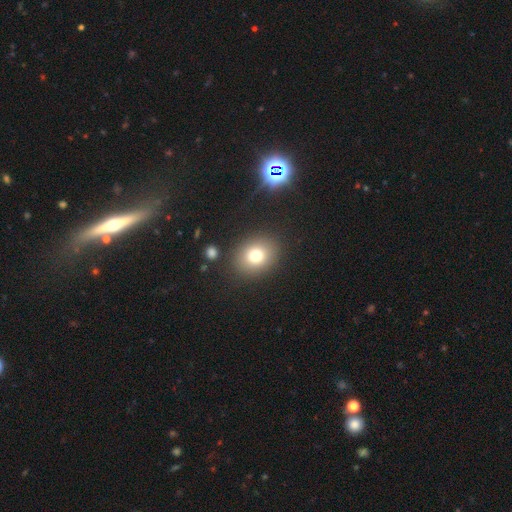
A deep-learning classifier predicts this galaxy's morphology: Smooth or featured? Predicted: smooth (p=0.76). How rounded? Predicted: round (p=0.60). Merging? Predicted: none (p=0.86).